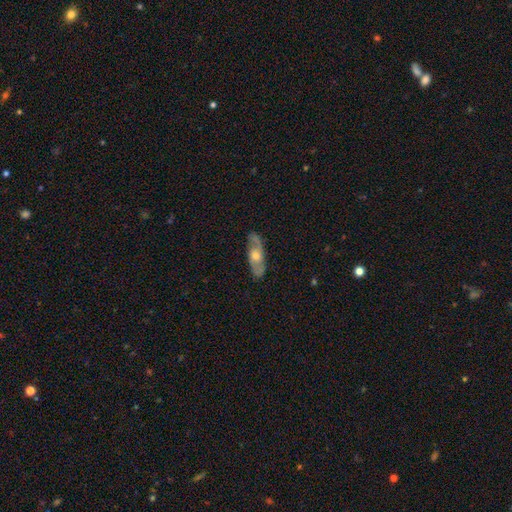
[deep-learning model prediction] This appears to be a featured or disk galaxy (68%) with no bar (73%), spiral arms (78%) and a moderate central bulge (68%). Merging: none (82%).